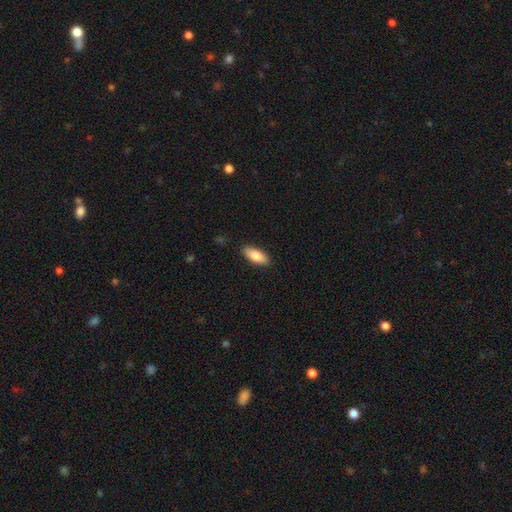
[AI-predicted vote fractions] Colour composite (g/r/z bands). It shows a smooth galaxy with no disk features (83%) that is in between round and cigar-shaped (78%). Merging: none (88%).